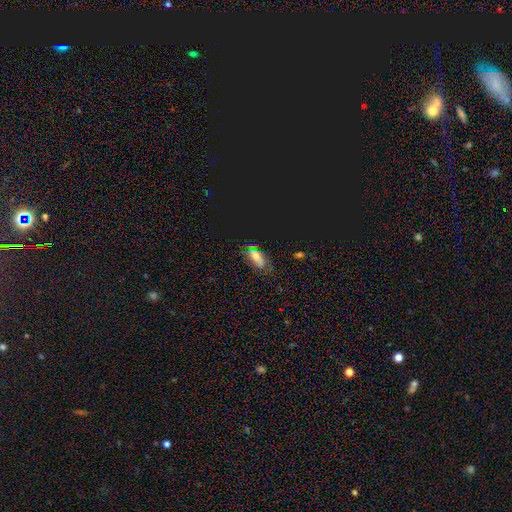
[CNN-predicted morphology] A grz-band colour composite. It shows a star or artifact, not a galaxy (46%).